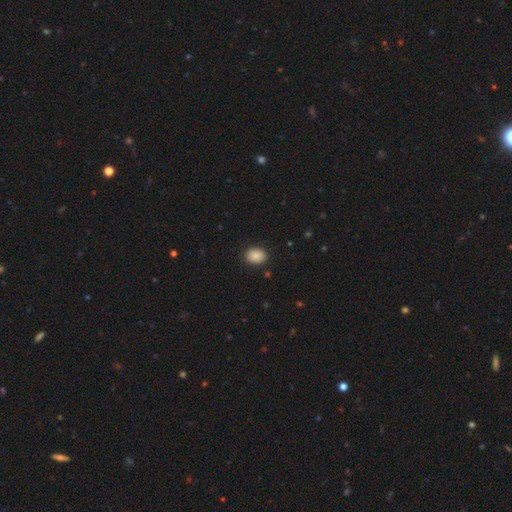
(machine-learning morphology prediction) A smooth galaxy with no disk features (88%) that is in between round and cigar-shaped (60%). Merging: none (89%).